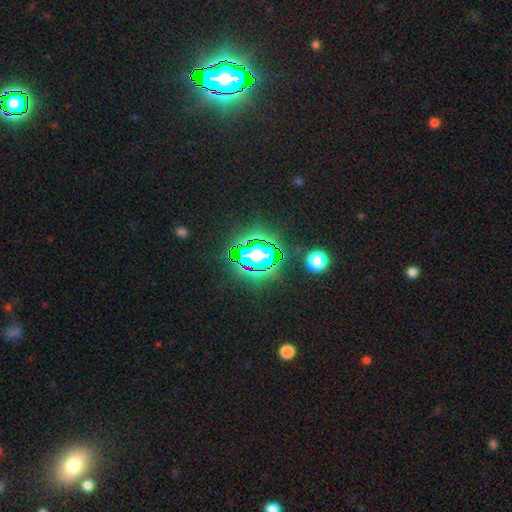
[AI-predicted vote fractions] A star or artifact, not a galaxy (70%).

Vote fractions:
- Smooth or featured? star or artifact: 70% / smooth: 19% / featured or disk: 11%